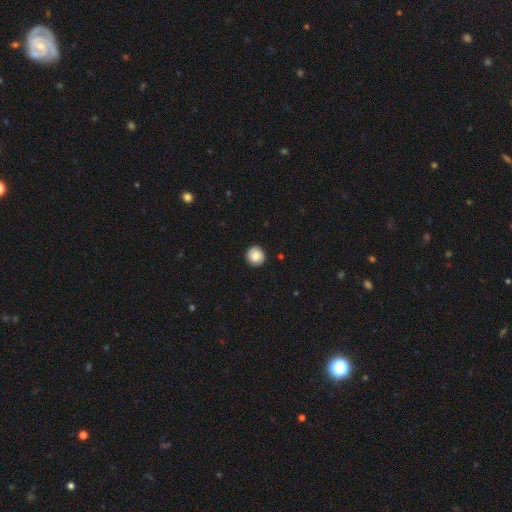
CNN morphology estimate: The model was most divided on "smooth or featured": smooth: 79%, featured or disk: 13%, star or artifact: 8%. More confident: how rounded — round (91%); merging — none (90%).